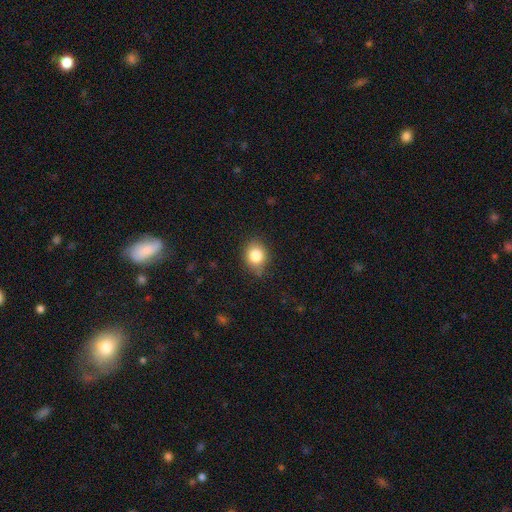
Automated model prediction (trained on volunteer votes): Smooth or featured? Predicted: smooth (p=0.83). How rounded? Predicted: round (p=0.57). Merging? Predicted: none (p=0.76).